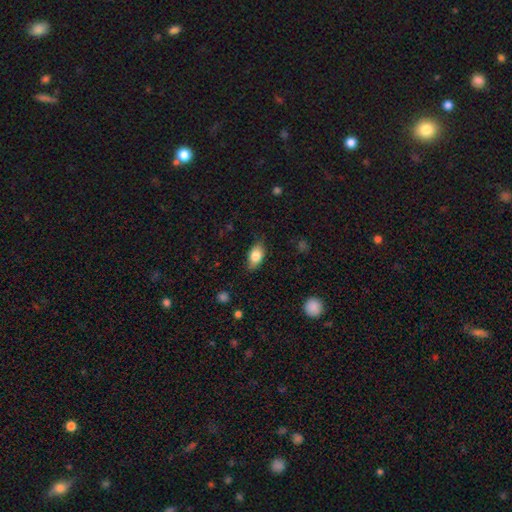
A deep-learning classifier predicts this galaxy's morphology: A smooth galaxy with no disk features (82%) that is in between round and cigar-shaped (88%).

Vote fractions:
- Smooth or featured? smooth: 82% / featured or disk: 11% / star or artifact: 7%
- How rounded? in between: 88% / round: 6% / cigar-shaped: 6%
- Merging? none: 79% / minor disturbance: 16% / major disturbance: 4% / merger: 1%